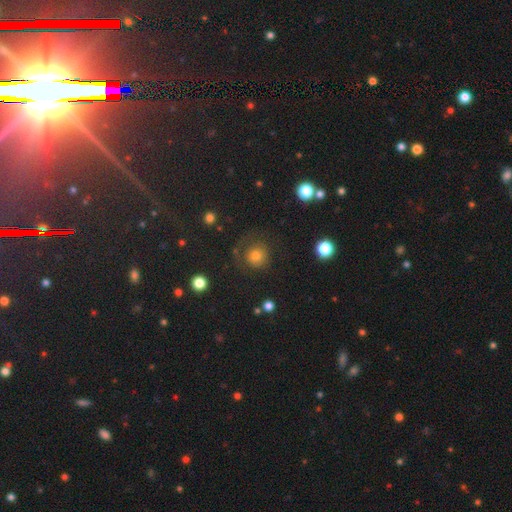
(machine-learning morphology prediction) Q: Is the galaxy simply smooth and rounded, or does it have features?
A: smooth — 73%.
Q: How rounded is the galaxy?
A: round — 92%.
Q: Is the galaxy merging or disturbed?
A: none — 72%.